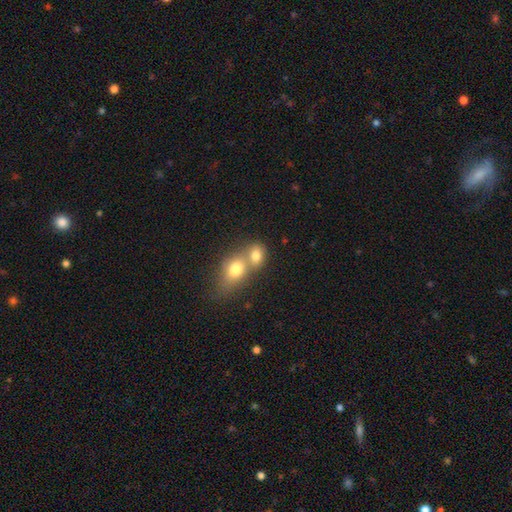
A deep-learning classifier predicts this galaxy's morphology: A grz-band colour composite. It shows a smooth galaxy with no disk features (78%) that is in between round and cigar-shaped (59%). Merging: merger (67%).